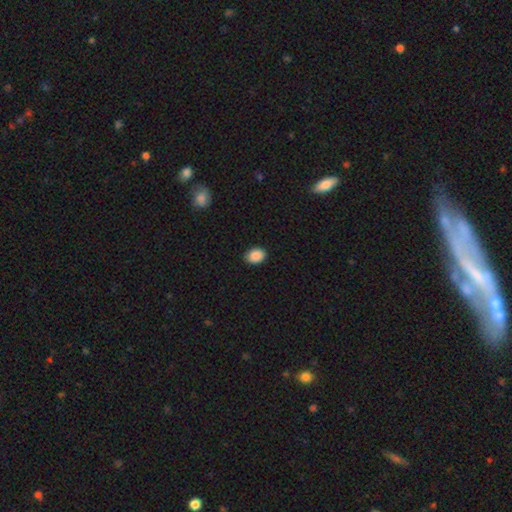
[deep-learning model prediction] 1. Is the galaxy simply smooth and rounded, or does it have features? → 89% smooth, 8% star or artifact, 3% featured or disk.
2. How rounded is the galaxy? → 63% in between, 37% round, 1% cigar-shaped.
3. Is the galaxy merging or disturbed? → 87% none, 10% minor disturbance, 2% major disturbance, 1% merger.